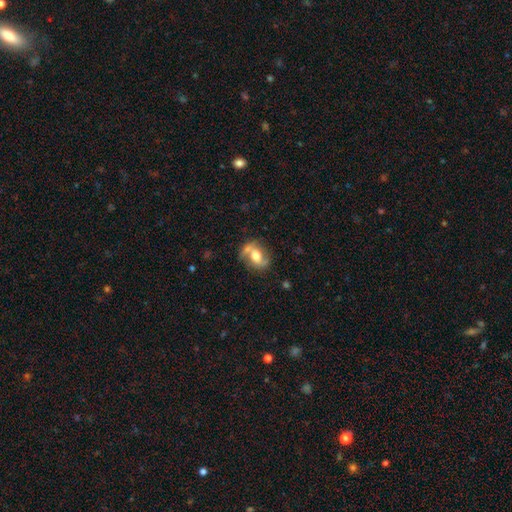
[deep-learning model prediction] Smooth or featured: featured or disk — 59% (smooth — 32%)
Edge-on disk: no — 95% (yes — 5%)
Bar: no — 49% (weak — 35%)
Spiral arms: yes — 79% (no — 21%)
Bulge size: moderate — 58% (large — 26%)
Merging: none — 56% (minor disturbance — 21%)